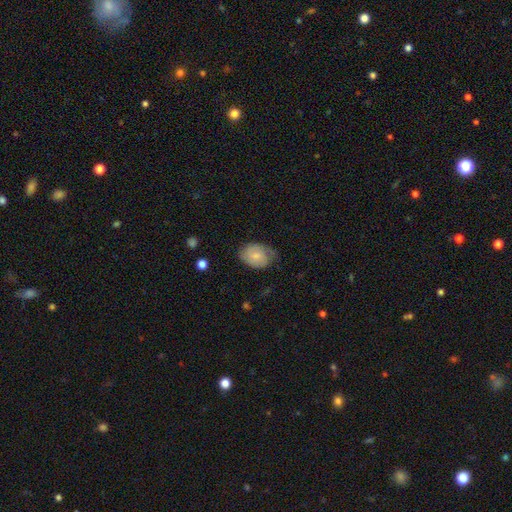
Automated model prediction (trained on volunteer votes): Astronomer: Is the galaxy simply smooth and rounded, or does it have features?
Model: smooth — 67%.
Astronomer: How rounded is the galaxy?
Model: in between — 72%.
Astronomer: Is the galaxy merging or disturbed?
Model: none — 54% (runner-up: minor disturbance, 33%).